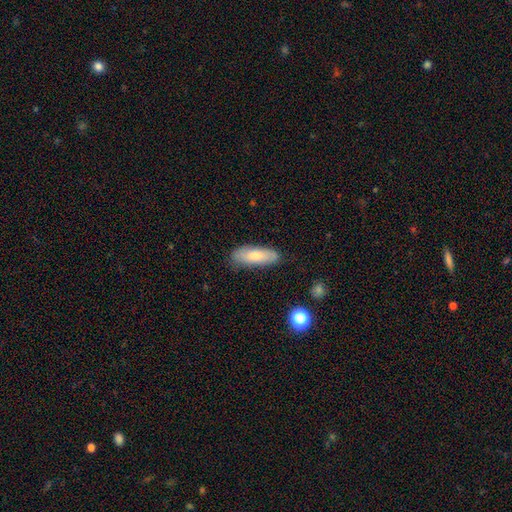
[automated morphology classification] A smooth galaxy with no disk features (75%) that is in between round and cigar-shaped (63%). Merging: none (80%).